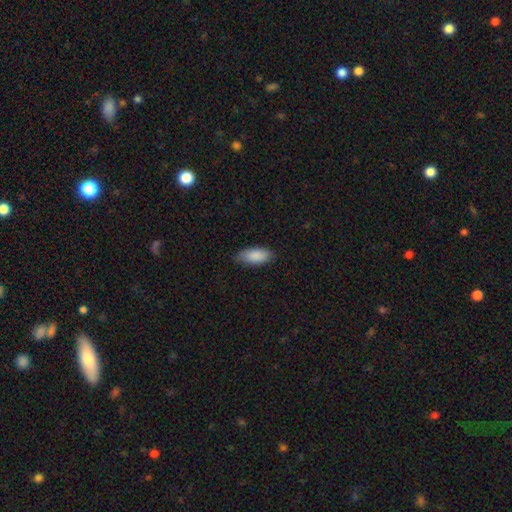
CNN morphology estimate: Overall: smooth (89%). How rounded: in between (84%). Merging: none (81%).